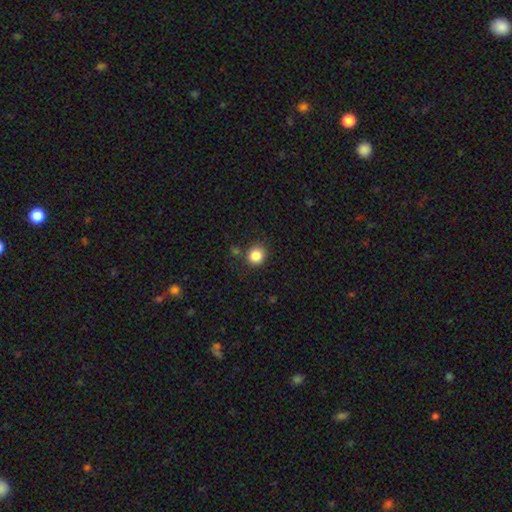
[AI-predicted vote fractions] A smooth galaxy with no disk features (85%) that is round (85%). Merging: none (82%).